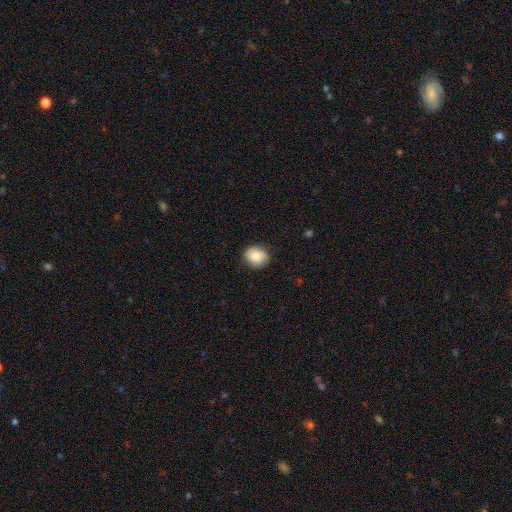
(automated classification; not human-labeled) Smooth or featured: smooth — 82% (featured or disk — 10%)
How rounded: round — 64% (in between — 35%)
Merging: none — 84% (minor disturbance — 12%)